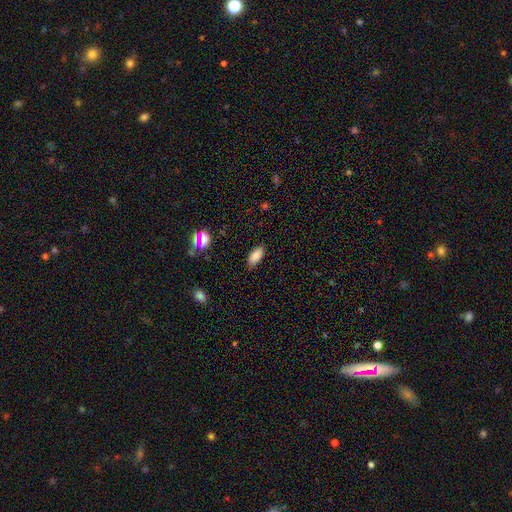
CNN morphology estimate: Smooth or featured?
  - smooth: 84% *
  - star or artifact: 10%
  - featured or disk: 6%
How rounded?
  - in between: 87% *
  - cigar-shaped: 10%
  - round: 3%
Merging?
  - none: 85% *
  - minor disturbance: 12%
  - major disturbance: 2%
  - merger: 1%